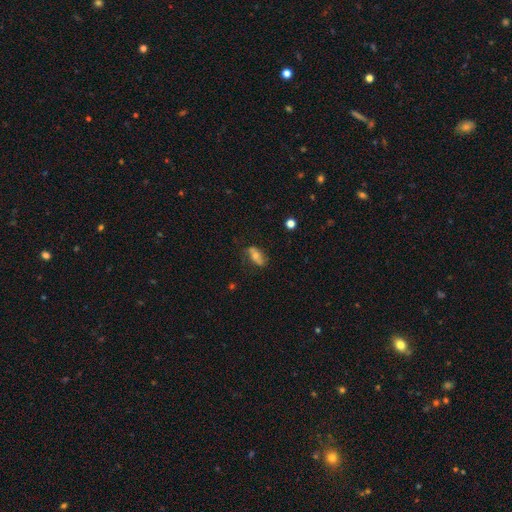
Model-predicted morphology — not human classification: A smooth galaxy with no disk features (50%) that is in between round and cigar-shaped (85%).

Vote fractions:
- Smooth or featured? smooth: 50% / featured or disk: 40% / star or artifact: 10%
- How rounded? in between: 85% / round: 7% / cigar-shaped: 7%
- Merging? none: 65% / minor disturbance: 23% / major disturbance: 9% / merger: 3%